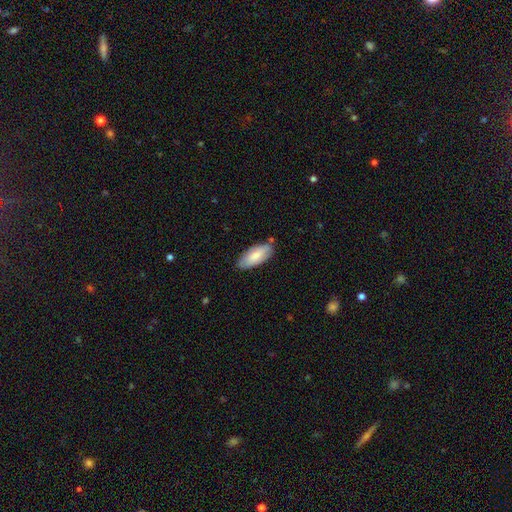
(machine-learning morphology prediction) A smooth galaxy with no disk features (79%) that is in between round and cigar-shaped (85%). Merging: none (78%).